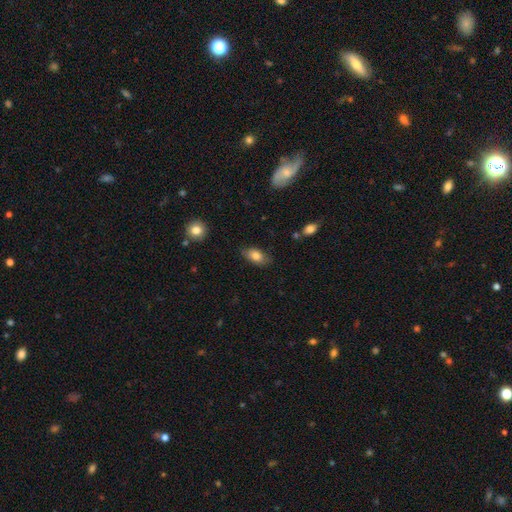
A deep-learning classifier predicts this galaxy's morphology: smooth-or-featured: smooth: 79% | featured or disk: 14% | star or artifact: 7%
  how-rounded: in between: 90% | round: 5% | cigar-shaped: 5%
  merging: none: 79% | minor disturbance: 17% | major disturbance: 3% | merger: 1%